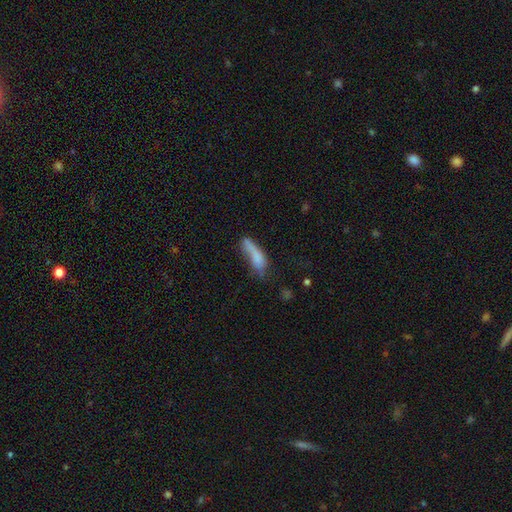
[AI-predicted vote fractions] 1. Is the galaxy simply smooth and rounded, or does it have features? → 69% smooth, 22% featured or disk, 9% star or artifact.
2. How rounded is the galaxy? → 53% cigar-shaped, 44% in between, 3% round.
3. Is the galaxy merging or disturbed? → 31% none, 27% minor disturbance, 27% major disturbance, 15% merger.